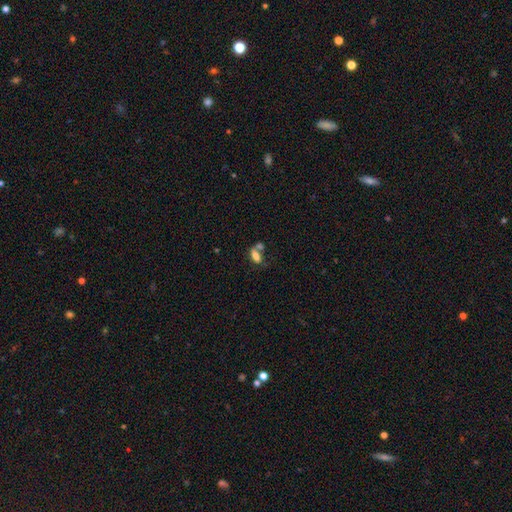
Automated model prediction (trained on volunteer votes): smooth 74%, featured or disk 15%, star or artifact 11%. Down the decision tree: how rounded — in between (84%); merging — merger (42%).